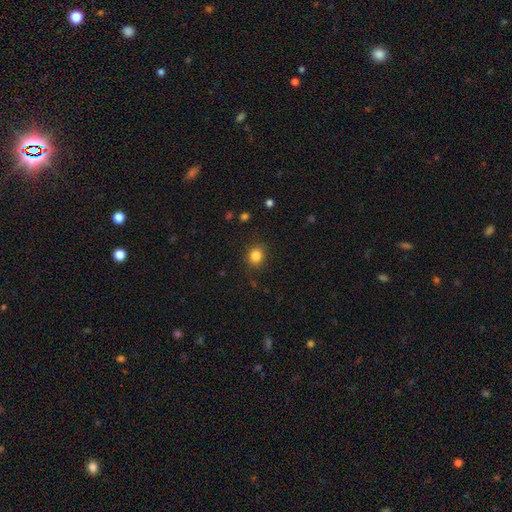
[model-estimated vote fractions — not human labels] smooth-or-featured: smooth: 84% | star or artifact: 11% | featured or disk: 5%
  how-rounded: round: 70% | in between: 29% | cigar-shaped: 1%
  merging: none: 86% | minor disturbance: 10% | major disturbance: 3% | merger: 1%